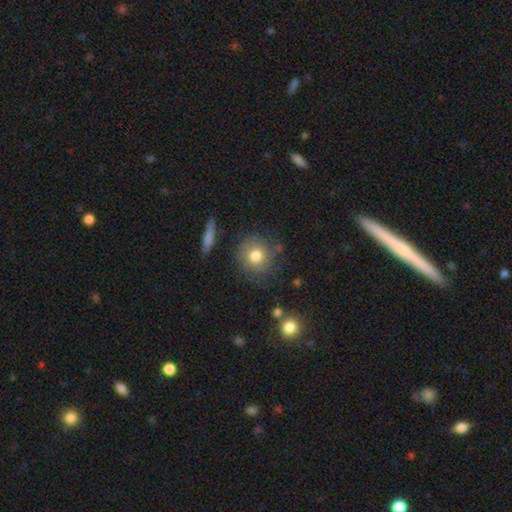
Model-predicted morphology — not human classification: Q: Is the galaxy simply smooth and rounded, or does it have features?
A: smooth — 77%.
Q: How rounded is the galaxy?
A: round — 89%.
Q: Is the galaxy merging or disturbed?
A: none — 78%.